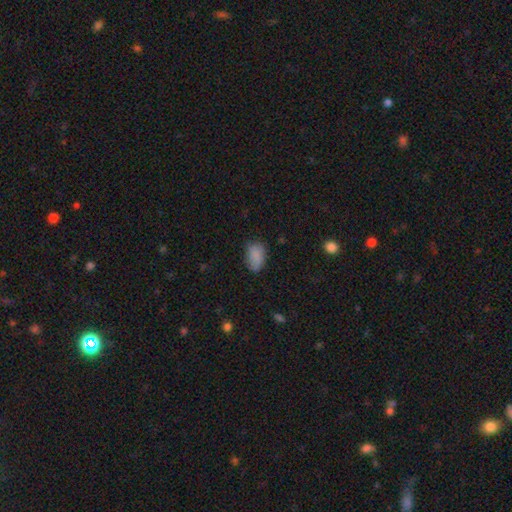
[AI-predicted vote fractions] Smooth or featured? Predicted: smooth (p=0.84). How rounded? Predicted: in between (p=0.88). Merging? Predicted: none (p=0.66).